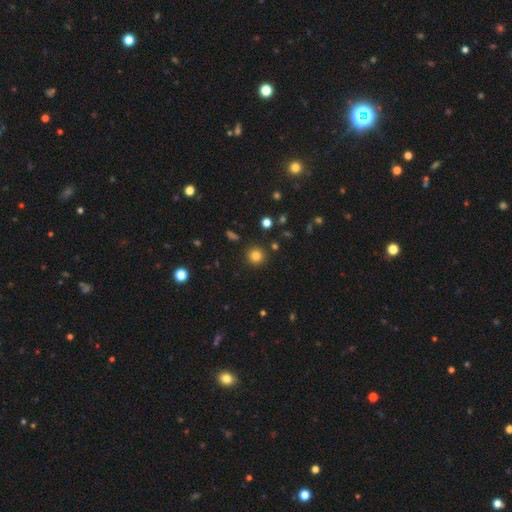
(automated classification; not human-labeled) Smooth or featured? smooth (82%)
How rounded? round (93%)
Merging? none (90%)